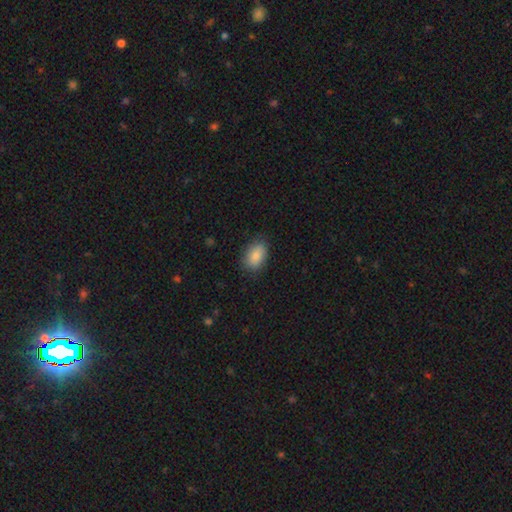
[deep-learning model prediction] Morphology: type=smooth (87%); roundness=in between (89%); merging=none (81%).